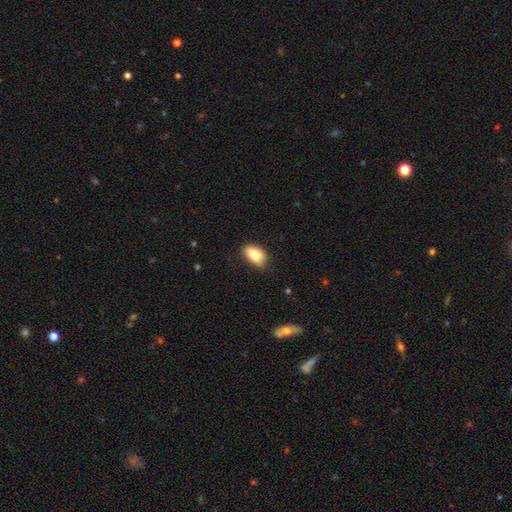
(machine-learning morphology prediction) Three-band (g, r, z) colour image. It shows a smooth galaxy with no disk features (82%) that is in between round and cigar-shaped (90%). Merging: none (77%).